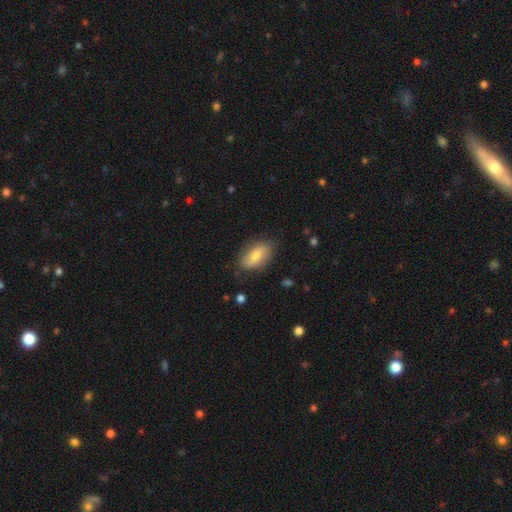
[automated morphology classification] This appears to be a smooth galaxy with no disk features (60%) that is in between round and cigar-shaped (89%). Merging: none (82%).